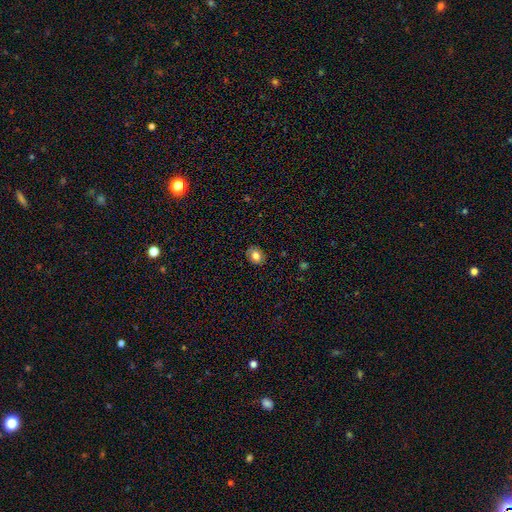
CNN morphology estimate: Smooth or featured? smooth (79%)
How rounded? round (50%)
Merging? none (87%)